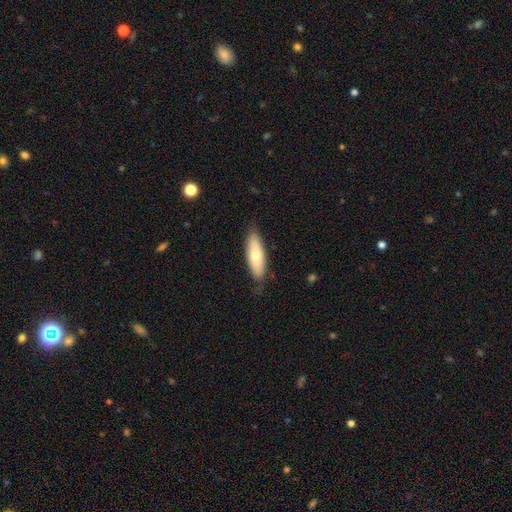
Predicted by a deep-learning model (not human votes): Smooth or featured? smooth (69%)
How rounded? in between (58%)
Merging? none (80%)